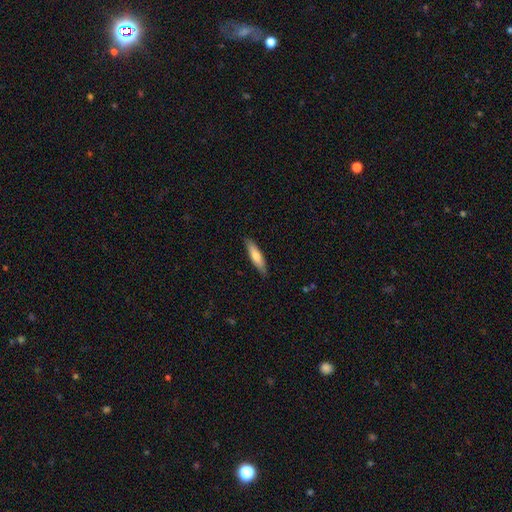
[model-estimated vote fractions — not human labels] Overall: smooth (71%). How rounded: cigar-shaped (75%). Merging: none (87%).